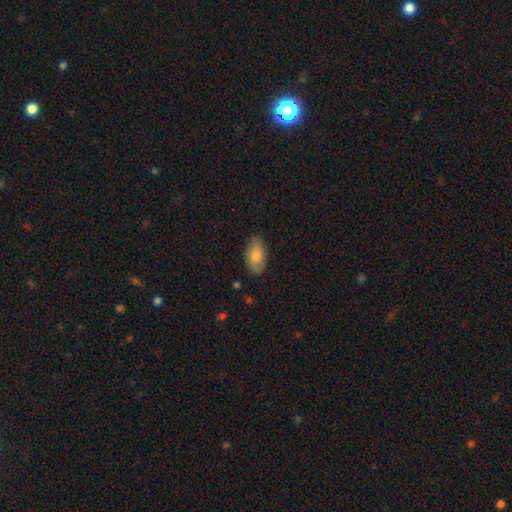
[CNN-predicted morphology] Smooth or featured? smooth (81%)
How rounded? in between (93%)
Merging? none (84%)